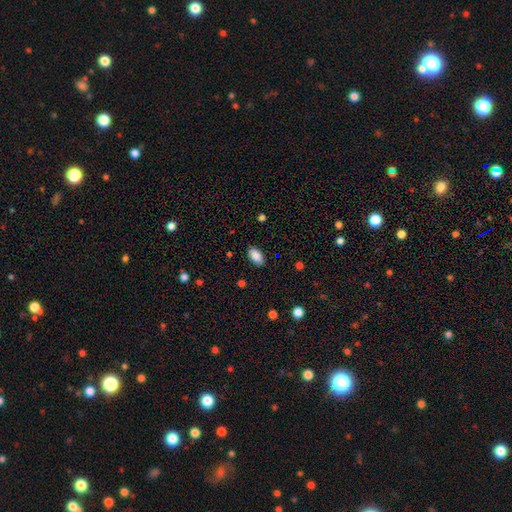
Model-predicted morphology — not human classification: Smooth or featured? Predicted: smooth (p=0.89). How rounded? Predicted: in between (p=0.94). Merging? Predicted: none (p=0.87).